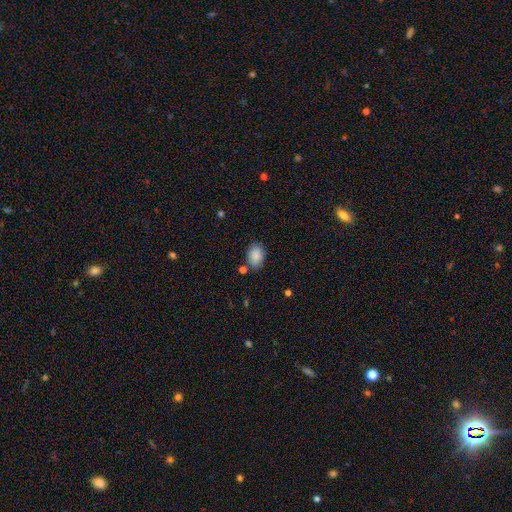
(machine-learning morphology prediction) The model was most divided on "merging": none: 76%, minor disturbance: 16%, merger: 5%, major disturbance: 4%. More confident: smooth or featured — smooth (88%); how rounded — in between (83%).